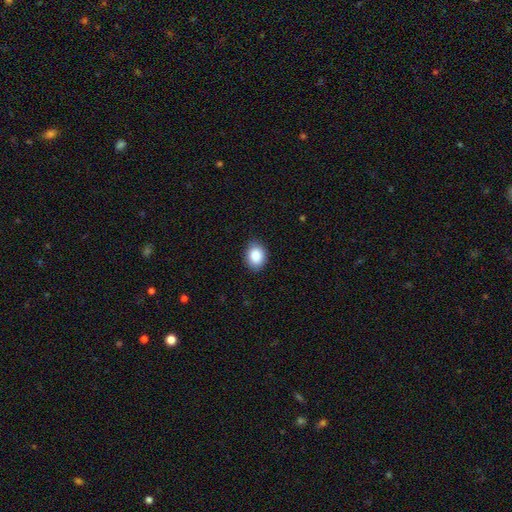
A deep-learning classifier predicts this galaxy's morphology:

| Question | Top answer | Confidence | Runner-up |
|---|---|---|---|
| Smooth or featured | smooth | 87% | star or artifact (8%) |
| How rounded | in between | 57% | round (42%) |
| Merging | none | 86% | minor disturbance (11%) |